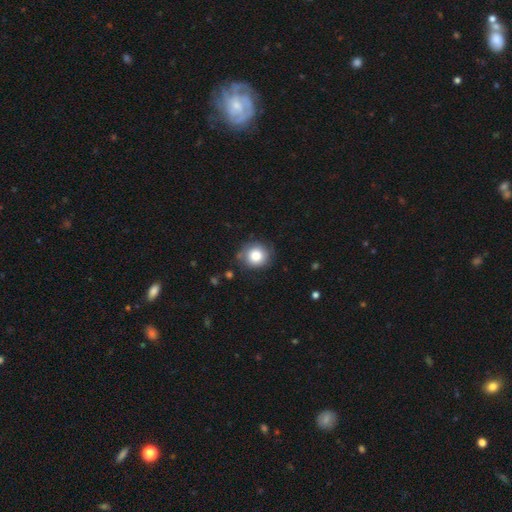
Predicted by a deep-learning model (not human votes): Smooth or featured? smooth (82%)
How rounded? round (87%)
Merging? none (78%)